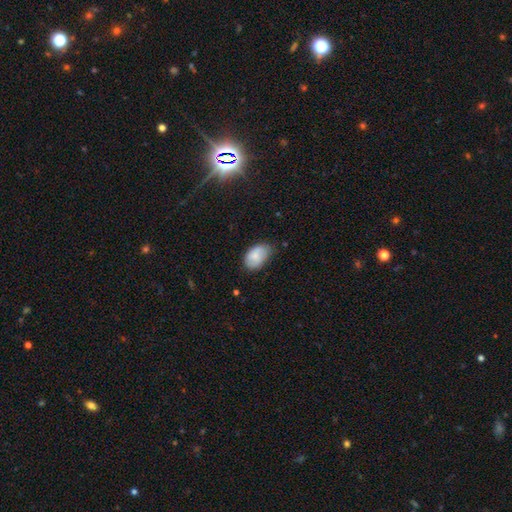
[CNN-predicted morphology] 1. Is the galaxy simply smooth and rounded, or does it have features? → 76% smooth, 17% featured or disk, 7% star or artifact.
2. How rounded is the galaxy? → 90% in between, 9% round, 1% cigar-shaped.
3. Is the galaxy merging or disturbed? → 57% none, 35% minor disturbance, 6% major disturbance, 2% merger.